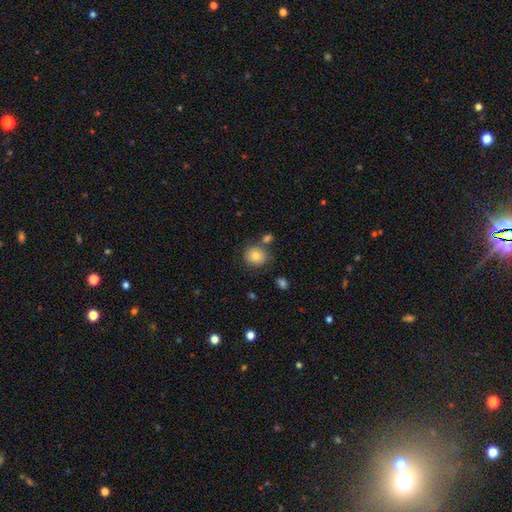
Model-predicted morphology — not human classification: smooth_or_featured: smooth (p=0.82) [alt: star or artifact p=0.09]
how_rounded: round (p=0.87) [alt: in between p=0.12]
merging: none (p=0.73) [alt: minor disturbance p=0.12]